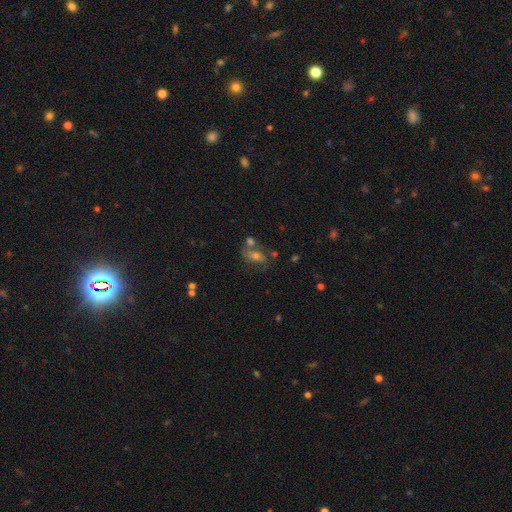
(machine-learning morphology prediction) Smooth or featured? featured or disk (44%)
Merging? none (47%)